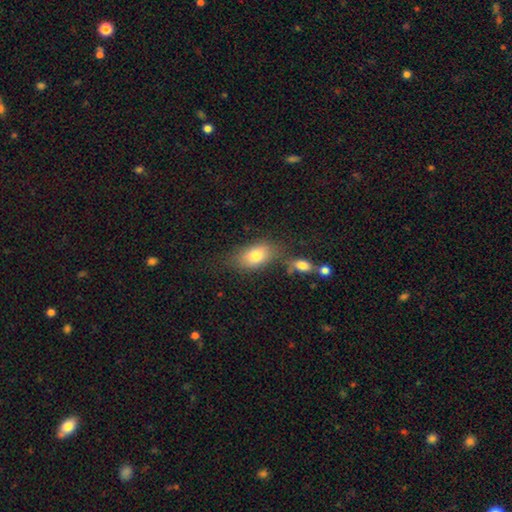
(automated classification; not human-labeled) smooth 79%, featured or disk 13%, star or artifact 8%. Down the decision tree: how rounded — in between (87%); merging — none (63%).